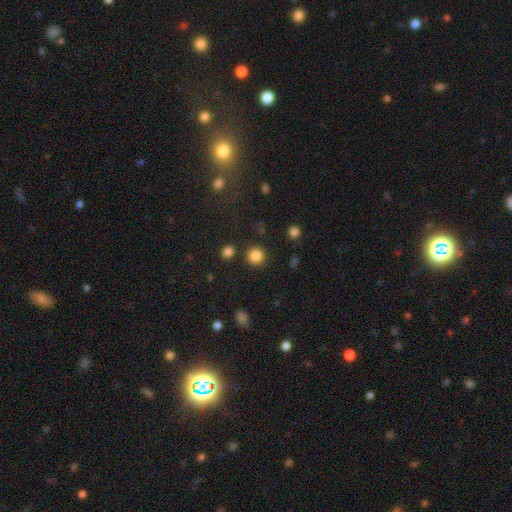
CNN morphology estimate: smooth-or-featured: smooth: 85% | star or artifact: 11% | featured or disk: 4%
  how-rounded: round: 93% | in between: 6% | cigar-shaped: 1%
  merging: none: 87% | minor disturbance: 6% | merger: 4% | major disturbance: 3%